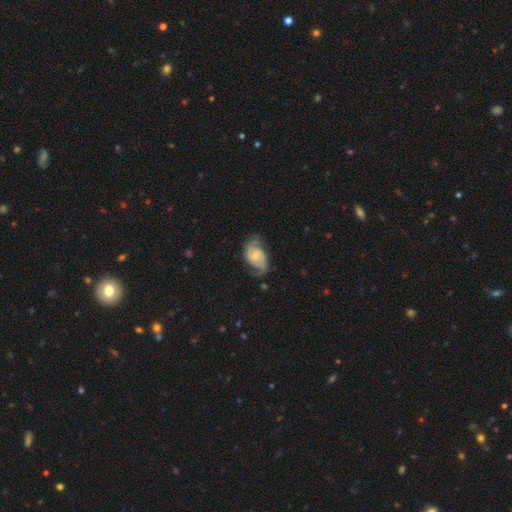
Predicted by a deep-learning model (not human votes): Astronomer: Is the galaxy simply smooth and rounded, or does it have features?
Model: featured or disk — 83%.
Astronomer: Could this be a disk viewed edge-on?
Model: no — 97%.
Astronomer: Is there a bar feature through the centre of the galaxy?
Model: no — 49% (runner-up: weak, 43%).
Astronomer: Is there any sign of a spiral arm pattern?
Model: yes — 96%.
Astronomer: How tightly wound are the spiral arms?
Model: medium — 49% (runner-up: loose, 27%).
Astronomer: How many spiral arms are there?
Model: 2 — 89%.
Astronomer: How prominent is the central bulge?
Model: small — 50% (runner-up: moderate, 37%).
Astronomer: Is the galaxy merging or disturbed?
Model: none — 69%.